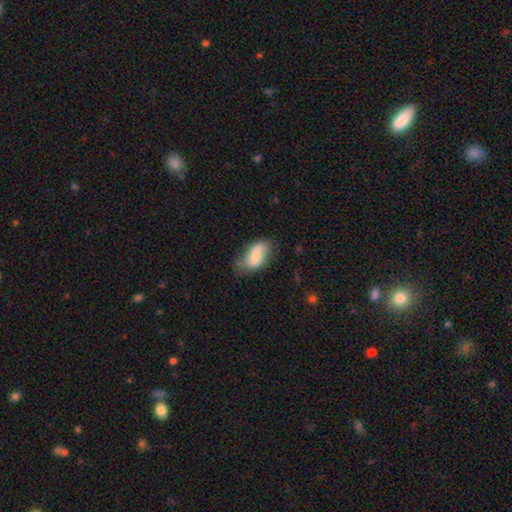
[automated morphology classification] type=smooth (69%); roundness=in between (92%); merging=none (48%).